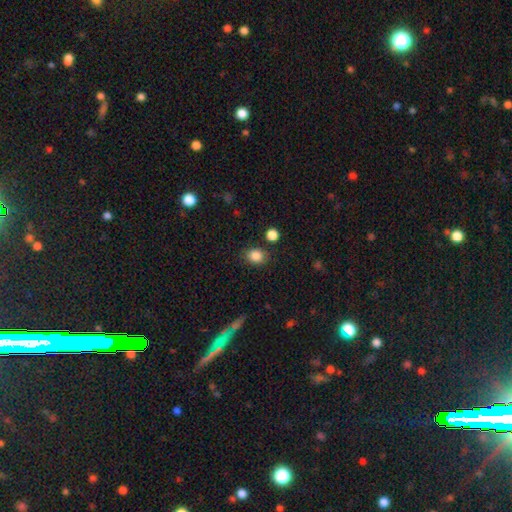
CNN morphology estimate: A smooth galaxy with no disk features (86%) that is round (53%).

Vote fractions:
- Smooth or featured? smooth: 86% / star or artifact: 10% / featured or disk: 5%
- How rounded? round: 53% / in between: 46% / cigar-shaped: 1%
- Merging? none: 80% / minor disturbance: 12% / merger: 5% / major disturbance: 4%